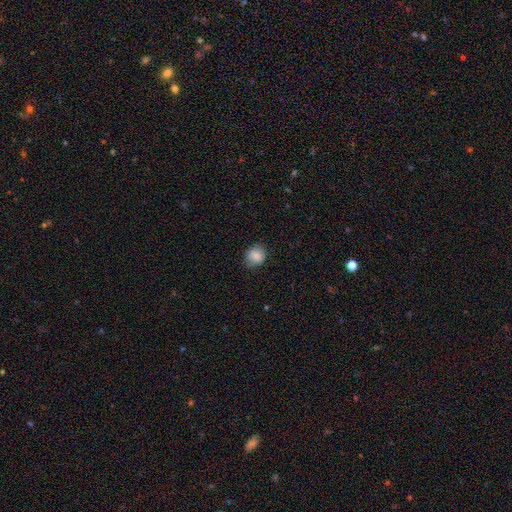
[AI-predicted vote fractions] Smooth or featured?
  - smooth: 84% *
  - star or artifact: 8%
  - featured or disk: 8%
How rounded?
  - round: 69% *
  - in between: 30%
  - cigar-shaped: 1%
Merging?
  - none: 75% *
  - minor disturbance: 20%
  - major disturbance: 4%
  - merger: 1%